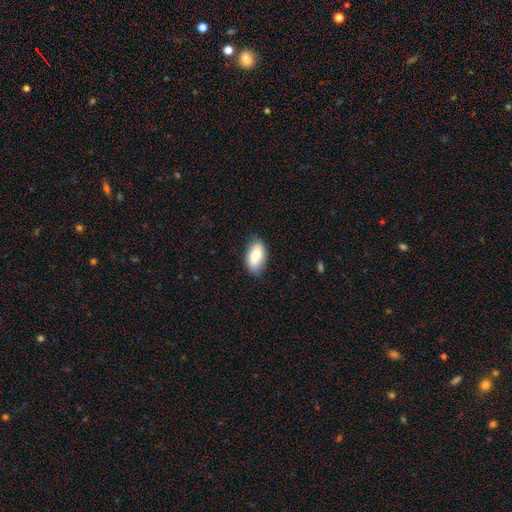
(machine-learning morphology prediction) type=smooth (79%); roundness=in between (92%); merging=none (81%).